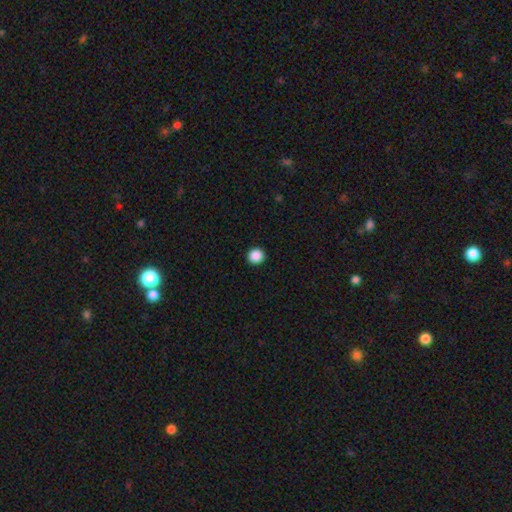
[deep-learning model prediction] This is clearly a smooth galaxy (88%). How rounded: clearly round (95%). Merging: clearly none (94%).